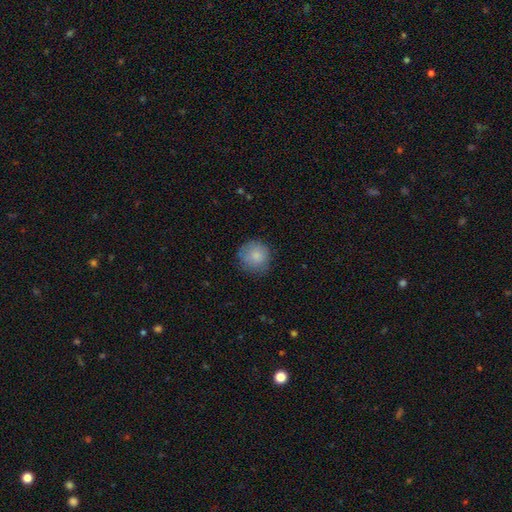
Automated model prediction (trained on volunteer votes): smooth-or-featured: smooth: 85% | star or artifact: 8% | featured or disk: 7%
  how-rounded: round: 93% | in between: 6% | cigar-shaped: 1%
  merging: none: 80% | minor disturbance: 15% | major disturbance: 4% | merger: 1%